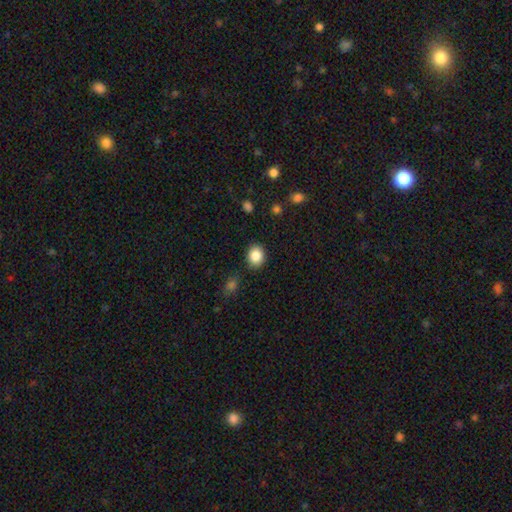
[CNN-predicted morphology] This appears to be a smooth galaxy with no disk features (86%) that is round (60%). Merging: none (87%).